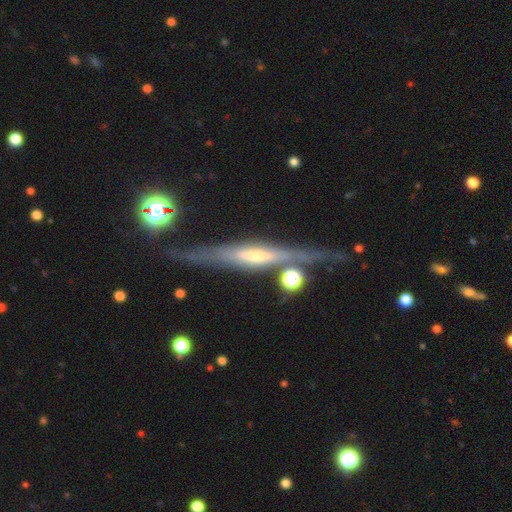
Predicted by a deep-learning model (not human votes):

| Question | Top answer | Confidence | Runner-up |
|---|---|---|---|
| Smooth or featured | featured or disk | 81% | smooth (11%) |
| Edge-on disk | yes | 93% | no (7%) |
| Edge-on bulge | rounded | 60% | none (25%) |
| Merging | none | 76% | minor disturbance (14%) |